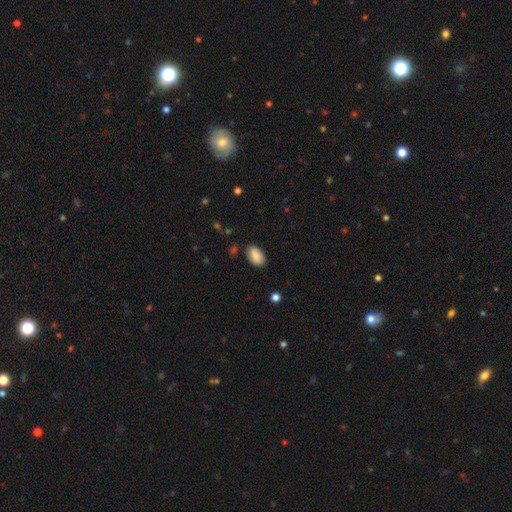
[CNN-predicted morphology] This appears to be a smooth galaxy with no disk features (88%) that is in between round and cigar-shaped (93%). Merging: none (85%).